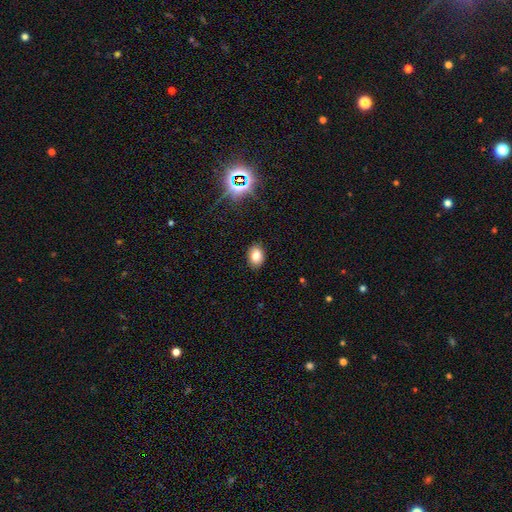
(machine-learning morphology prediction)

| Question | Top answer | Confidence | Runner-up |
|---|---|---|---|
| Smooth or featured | smooth | 79% | star or artifact (13%) |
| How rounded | in between | 70% | round (29%) |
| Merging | none | 89% | minor disturbance (8%) |